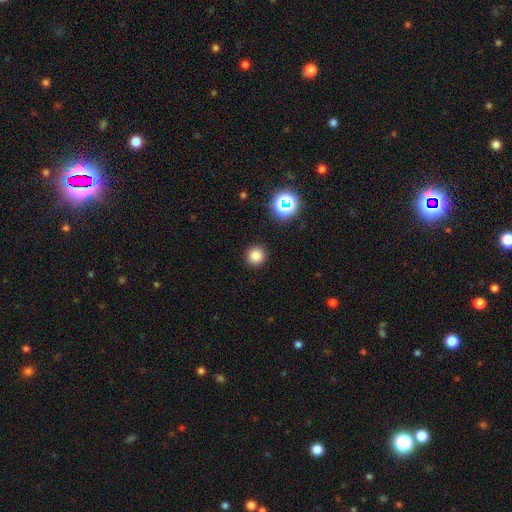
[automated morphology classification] smooth_or_featured: smooth (p=0.80) [alt: star or artifact p=0.16]
how_rounded: round (p=0.94) [alt: in between p=0.05]
merging: none (p=0.92) [alt: minor disturbance p=0.05]